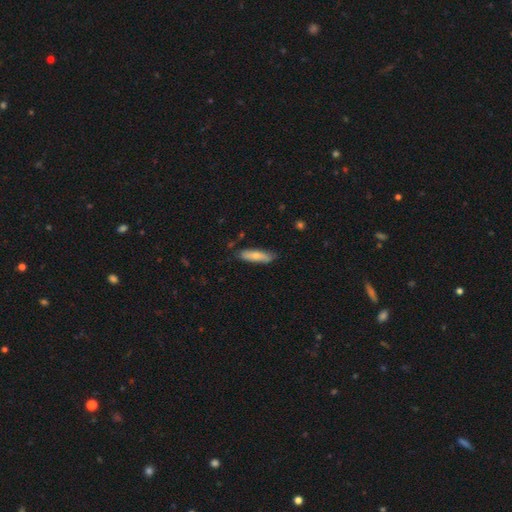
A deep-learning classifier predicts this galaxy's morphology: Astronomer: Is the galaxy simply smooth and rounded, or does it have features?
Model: smooth — 69%.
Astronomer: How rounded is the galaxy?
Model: cigar-shaped — 62%.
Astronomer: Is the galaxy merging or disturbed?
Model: none — 79%.